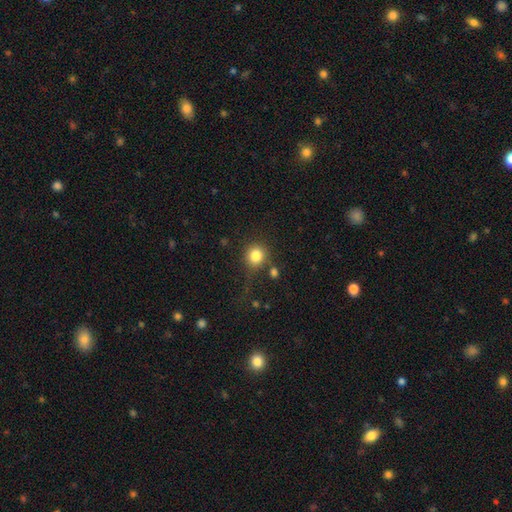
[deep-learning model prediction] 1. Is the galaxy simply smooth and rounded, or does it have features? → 83% smooth, 11% star or artifact, 7% featured or disk.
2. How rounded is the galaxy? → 89% round, 10% in between, 1% cigar-shaped.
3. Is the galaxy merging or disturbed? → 70% none, 14% minor disturbance, 8% merger, 8% major disturbance.